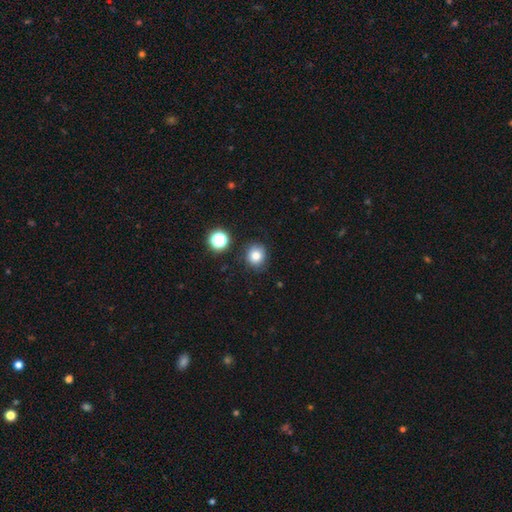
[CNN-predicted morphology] smooth_or_featured: smooth (p=0.79) [alt: star or artifact p=0.14]
how_rounded: round (p=0.84) [alt: in between p=0.15]
merging: none (p=0.83) [alt: minor disturbance p=0.11]